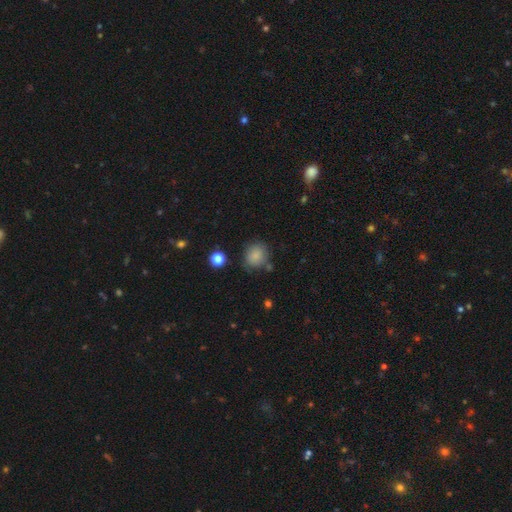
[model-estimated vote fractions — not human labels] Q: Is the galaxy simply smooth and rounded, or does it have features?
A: smooth — 84%.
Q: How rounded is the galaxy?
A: round — 82%.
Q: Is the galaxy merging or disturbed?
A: none — 75%.